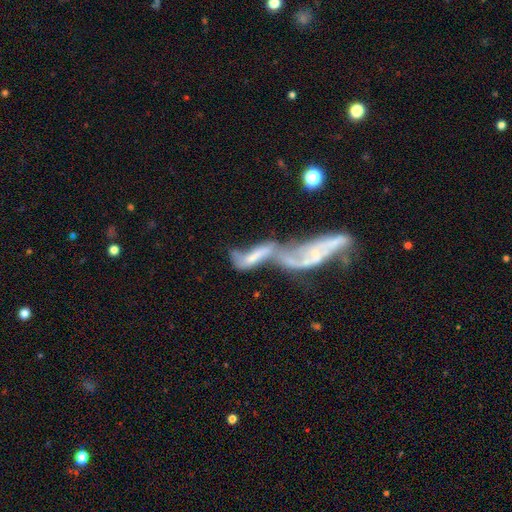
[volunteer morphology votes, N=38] A featured or disk galaxy (76%) with no bar (52%), 2 (83%) loose (92%) spiral arms (52%) and a small central bulge (52%).

Vote fractions:
- Smooth or featured? featured or disk: 76% / smooth: 18% / star or artifact: 5%
- Edge-on disk? no: 79% / yes: 21%
- Bar? no: 52% / strong: 39% / weak: 9%
- Spiral arms? yes: 52% / no: 48%
- Spiral winding? loose: 92% / tight: 8% / medium: 0%
- Spiral arm count? 2: 83% / 1: 8% / can't tell: 8% / 3: 0% / 4: 0% / more than 4: 0%
- Bulge size? small: 52% / none: 30% / moderate: 17% / dominant: 0% / large: 0%
- Merging? merger: 89% / major disturbance: 6% / none: 3% / minor disturbance: 3%